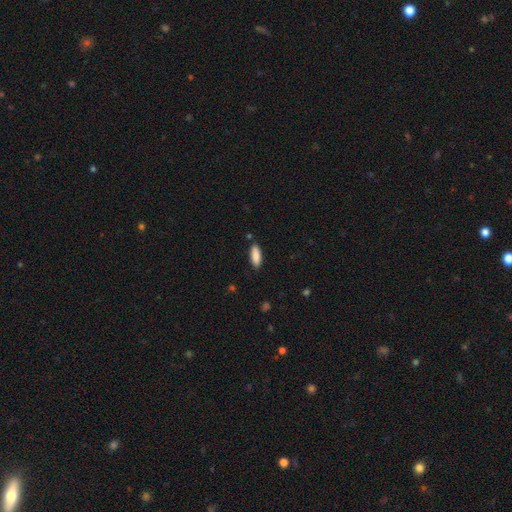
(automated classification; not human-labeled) Smooth or featured?
  - smooth: 88% *
  - featured or disk: 6%
  - star or artifact: 6%
How rounded?
  - in between: 62% *
  - cigar-shaped: 36%
  - round: 2%
Merging?
  - none: 86% *
  - minor disturbance: 10%
  - major disturbance: 2%
  - merger: 2%